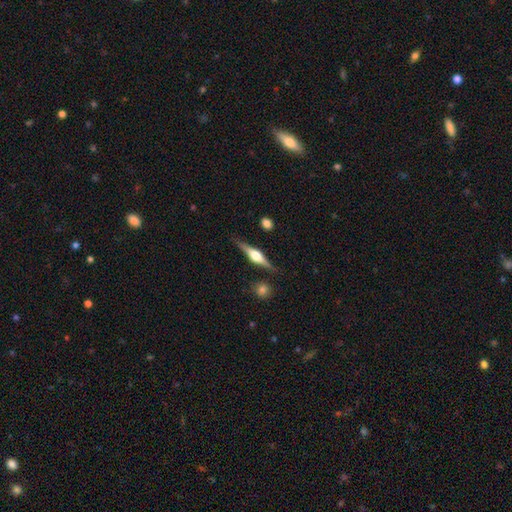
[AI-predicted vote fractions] This appears to be a featured or disk galaxy (77%) viewed edge-on (97%) with a rounded central bulge (90%). Merging: none (85%).